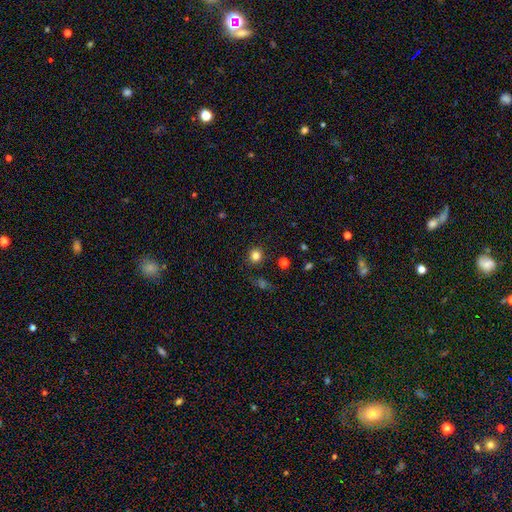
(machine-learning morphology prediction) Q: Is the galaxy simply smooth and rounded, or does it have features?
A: smooth — 82%.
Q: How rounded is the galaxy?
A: round — 88%.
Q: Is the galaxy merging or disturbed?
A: none — 88%.